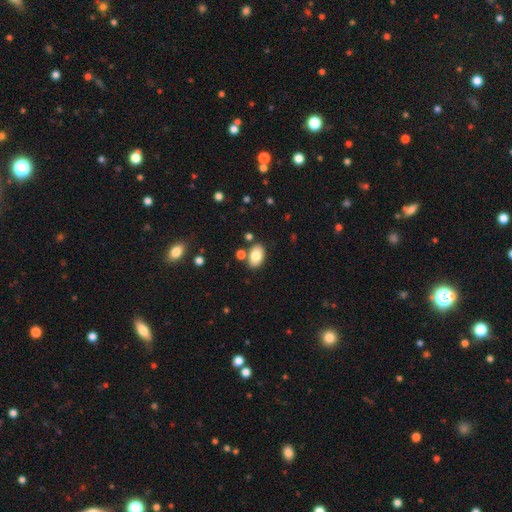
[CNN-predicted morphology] This is clearly a smooth galaxy (82%). How rounded: clearly in between (88%). Merging: likely none (78%).